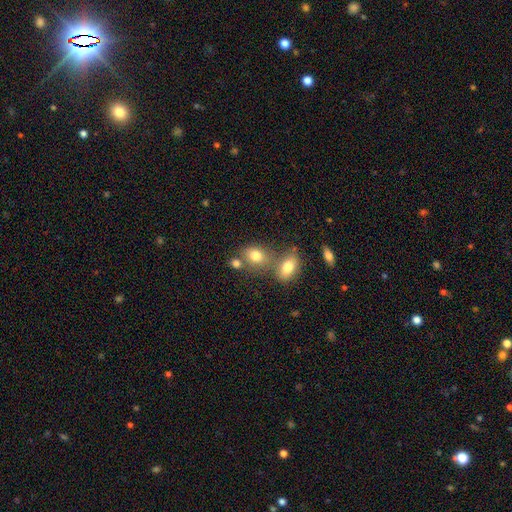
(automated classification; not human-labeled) smooth 79%, star or artifact 11%, featured or disk 10%. Down the decision tree: how rounded — in between (61%); merging — none (49%).